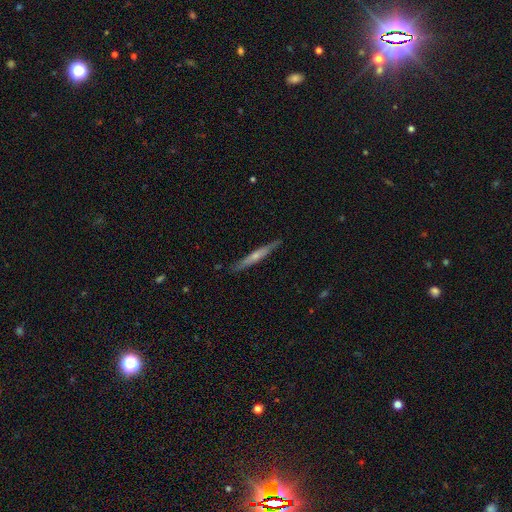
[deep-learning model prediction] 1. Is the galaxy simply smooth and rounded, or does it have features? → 57% featured or disk, 37% smooth, 6% star or artifact.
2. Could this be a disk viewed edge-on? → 95% yes, 5% no.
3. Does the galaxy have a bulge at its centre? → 56% rounded, 37% none, 6% boxy.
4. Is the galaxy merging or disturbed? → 87% none, 10% minor disturbance, 2% major disturbance, 1% merger.